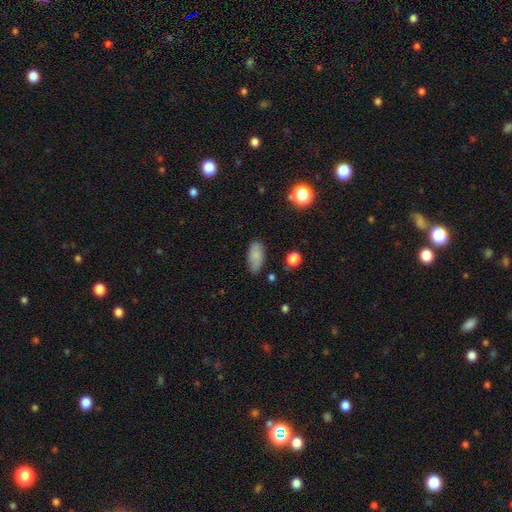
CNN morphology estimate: A smooth galaxy with no disk features (83%) that is in between round and cigar-shaped (89%). Merging: none (78%).